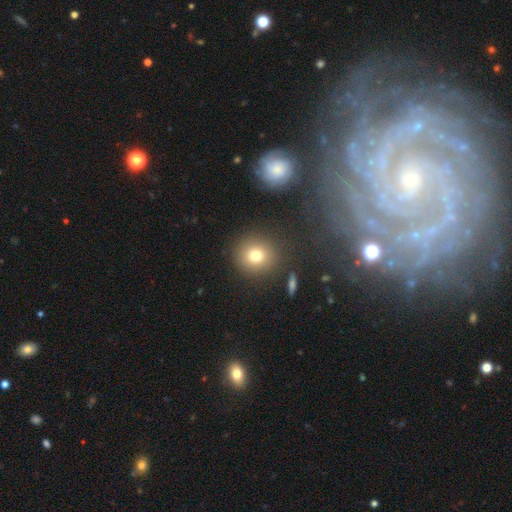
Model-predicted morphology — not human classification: This appears to be a smooth galaxy with no disk features (76%) that is round (90%). Merging: none (87%).